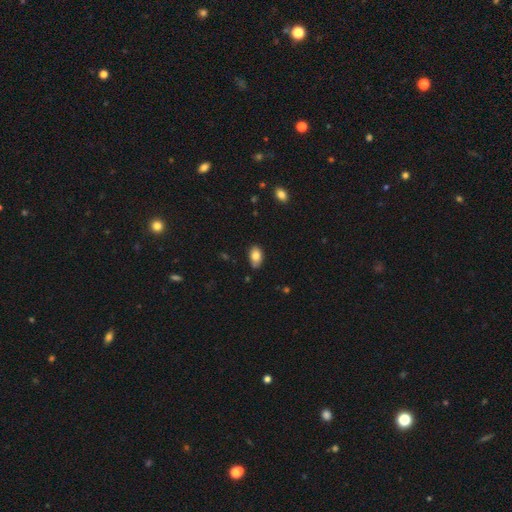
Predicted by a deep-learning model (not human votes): This is clearly a smooth galaxy (82%). How rounded: clearly in between (89%). Merging: likely none (72%).